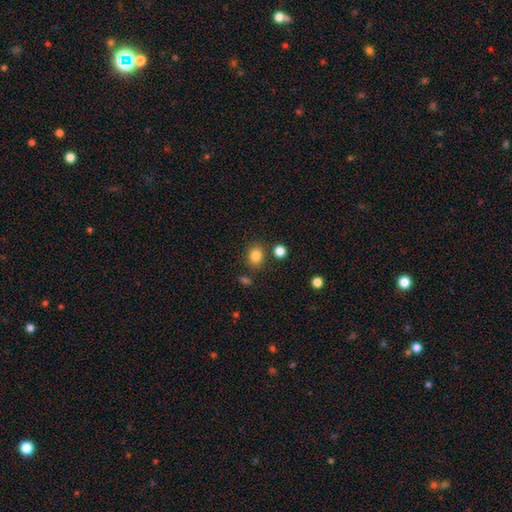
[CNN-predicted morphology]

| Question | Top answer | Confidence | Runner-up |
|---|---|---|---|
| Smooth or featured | smooth | 85% | star or artifact (11%) |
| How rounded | round | 55% | in between (44%) |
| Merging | none | 80% | minor disturbance (10%) |